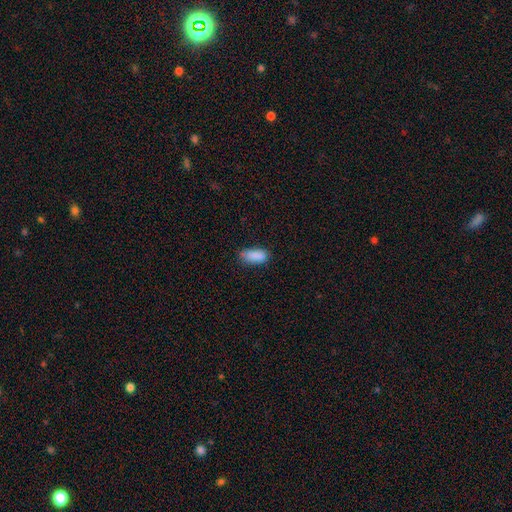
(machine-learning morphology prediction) type=smooth (88%); roundness=in between (85%); merging=none (70%).